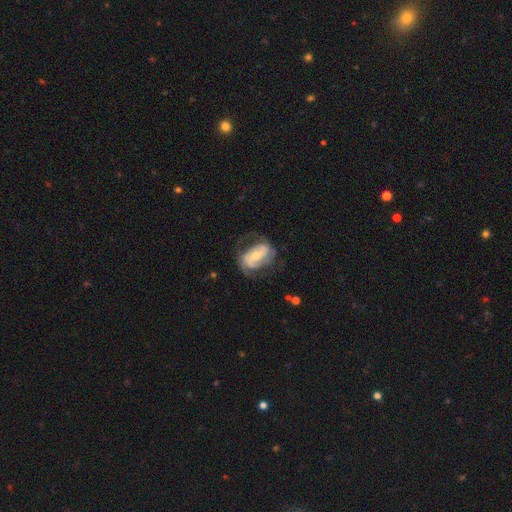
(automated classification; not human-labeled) Smooth or featured? featured or disk (80%)
Edge-on disk? no (96%)
Bar? weak (37%)
Spiral arms? yes (90%)
Spiral winding? medium (41%)
Spiral arm count? 2 (65%)
Bulge size? moderate (60%)
Merging? none (62%)